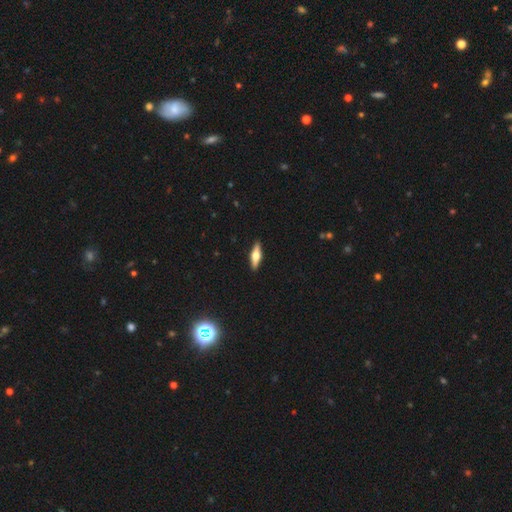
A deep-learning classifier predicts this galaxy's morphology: Smooth or featured?
  - featured or disk: 54% *
  - smooth: 40%
  - star or artifact: 6%
Edge-on disk?
  - yes: 94% *
  - no: 6%
Edge-on bulge?
  - rounded: 94% *
  - boxy: 4%
  - none: 2%
Merging?
  - none: 91% *
  - minor disturbance: 7%
  - major disturbance: 1%
  - merger: 1%